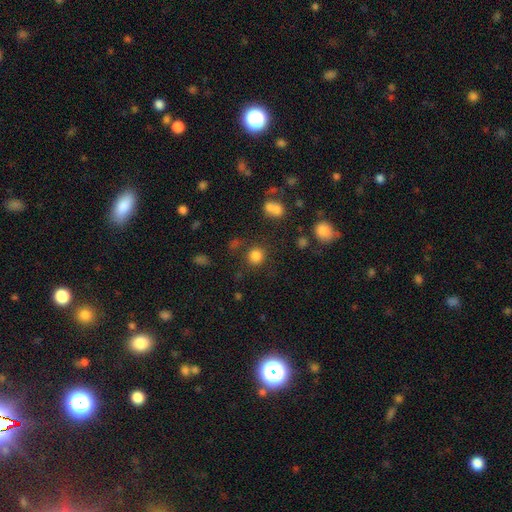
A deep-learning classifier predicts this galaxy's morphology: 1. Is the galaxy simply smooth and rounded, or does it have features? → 81% smooth, 14% star or artifact, 5% featured or disk.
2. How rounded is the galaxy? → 90% round, 9% in between, 1% cigar-shaped.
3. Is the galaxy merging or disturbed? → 81% none, 9% minor disturbance, 6% merger, 4% major disturbance.